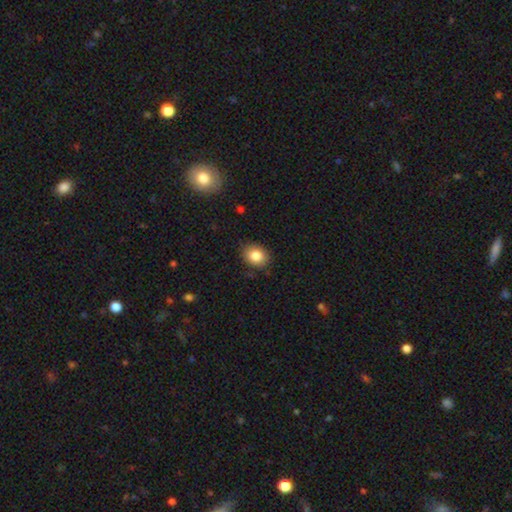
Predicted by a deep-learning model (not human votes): smooth_or_featured: smooth (p=0.83) [alt: star or artifact p=0.09]
how_rounded: in between (p=0.50) [alt: round p=0.49]
merging: none (p=0.85) [alt: minor disturbance p=0.12]